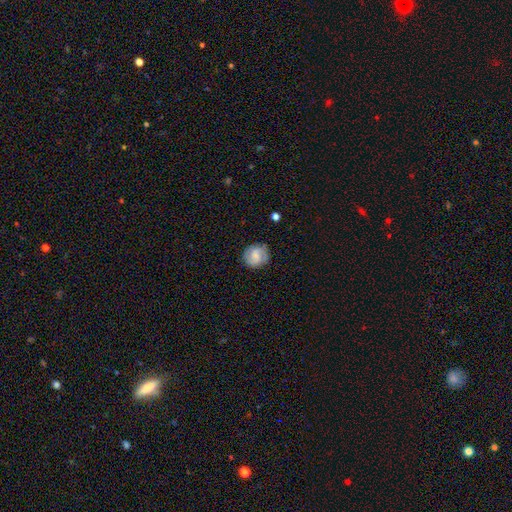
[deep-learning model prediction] Smooth or featured? smooth (51%)
How rounded? round (85%)
Merging? none (80%)